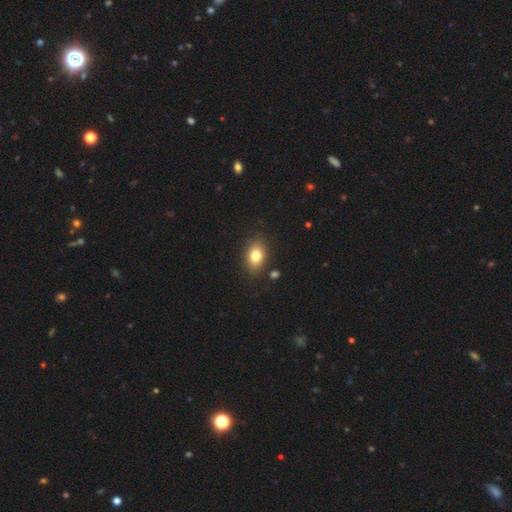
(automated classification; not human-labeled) This appears to be a smooth galaxy with no disk features (79%) that is in between round and cigar-shaped (76%). Merging: none (84%).